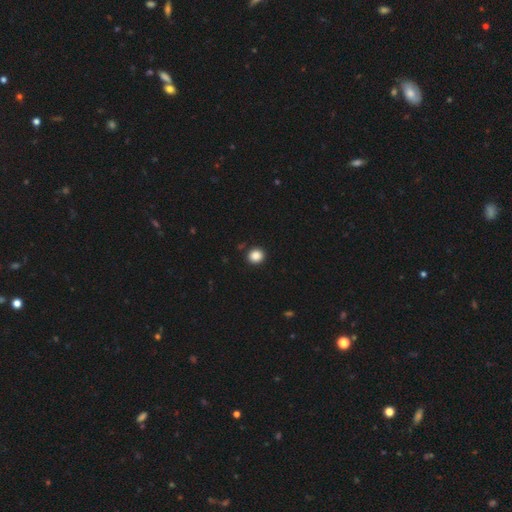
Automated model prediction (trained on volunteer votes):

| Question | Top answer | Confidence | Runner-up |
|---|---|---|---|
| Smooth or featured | smooth | 87% | star or artifact (10%) |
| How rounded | round | 85% | in between (14%) |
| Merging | none | 91% | minor disturbance (6%) |